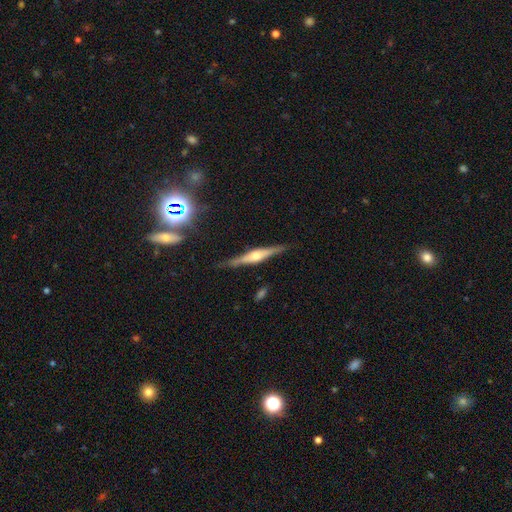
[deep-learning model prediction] Morphology: type=featured or disk (77%); edge-on=yes (97%); edge-on bulge=rounded (86%); merging=none (86%).